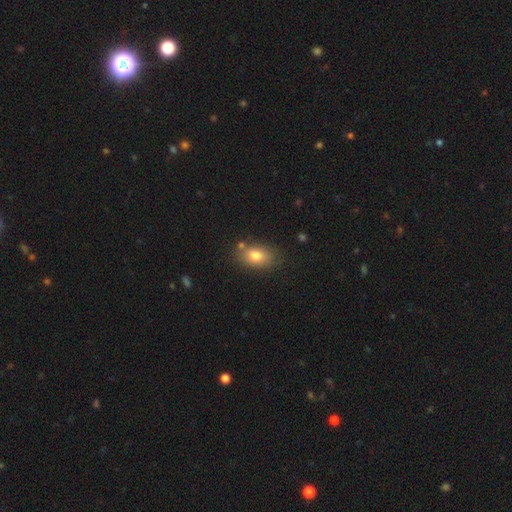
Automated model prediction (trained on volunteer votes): A smooth galaxy with no disk features (79%) that is in between round and cigar-shaped (85%). Merging: none (73%).